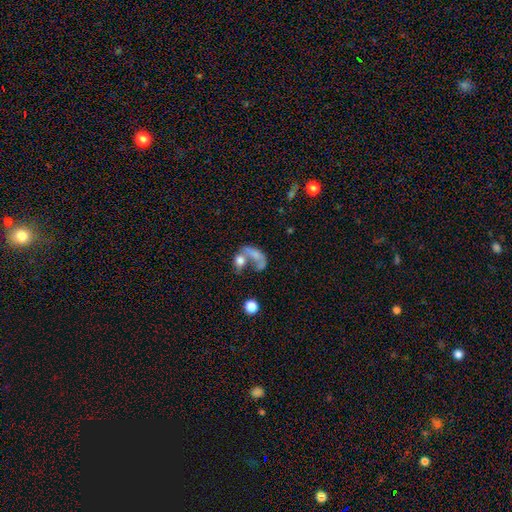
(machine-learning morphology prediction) A smooth galaxy with no disk features (56%) that is in between round and cigar-shaped (72%). Merging: merger (53%).